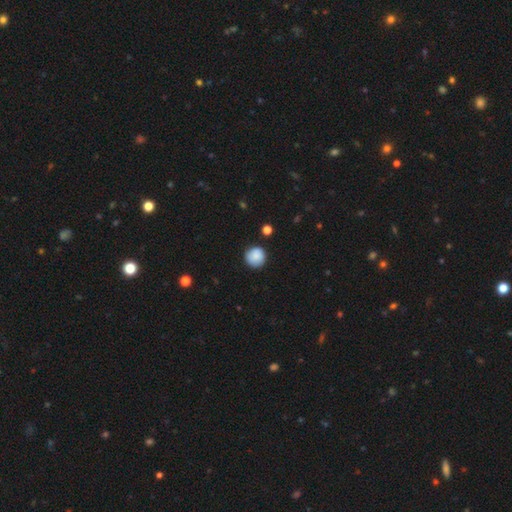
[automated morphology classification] This appears to be a smooth galaxy with no disk features (87%) that is round (93%). Merging: none (83%).